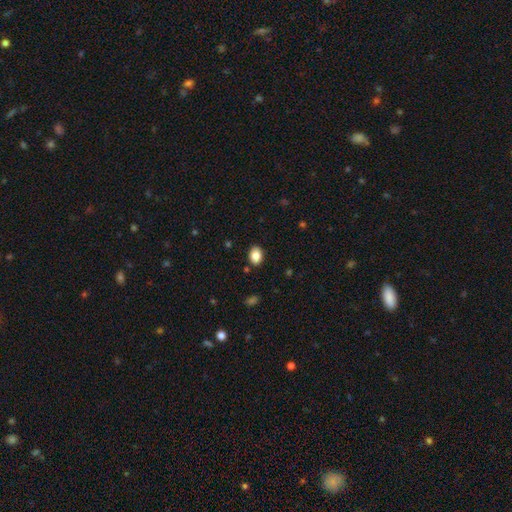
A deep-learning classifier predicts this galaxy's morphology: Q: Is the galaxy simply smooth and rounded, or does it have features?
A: smooth — 86%.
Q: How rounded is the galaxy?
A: in between — 70%.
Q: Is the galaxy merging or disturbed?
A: none — 89%.